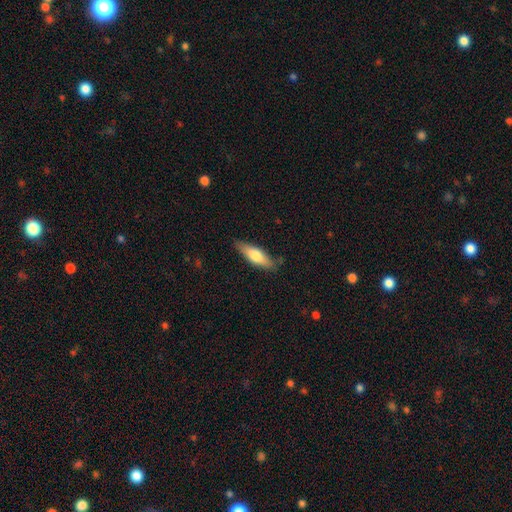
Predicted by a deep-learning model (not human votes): Smooth or featured? smooth (66%)
How rounded? cigar-shaped (53%)
Merging? none (82%)